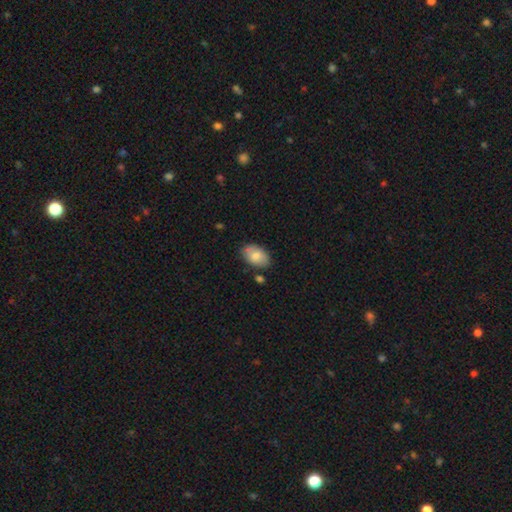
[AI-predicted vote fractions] Overall: smooth (77%). How rounded: in between (90%). Merging: none (72%).